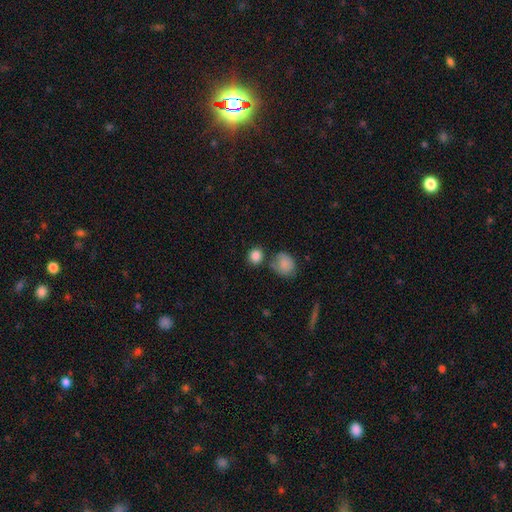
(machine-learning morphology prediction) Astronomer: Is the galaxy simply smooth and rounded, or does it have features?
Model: smooth — 86%.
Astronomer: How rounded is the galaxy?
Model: round — 78%.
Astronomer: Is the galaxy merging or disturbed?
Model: none — 69%.